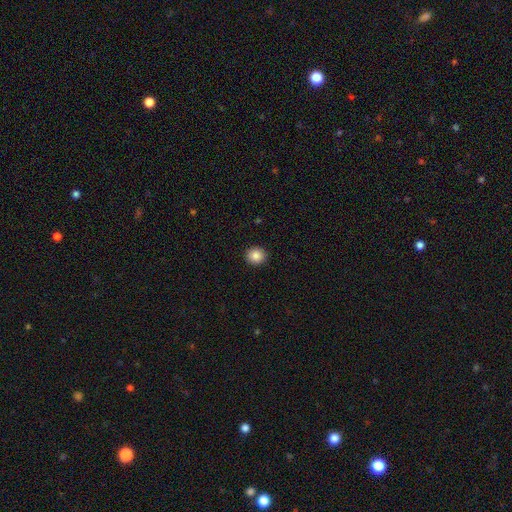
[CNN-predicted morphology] The model was most divided on "smooth or featured": smooth: 86%, star or artifact: 9%, featured or disk: 5%. More confident: merging — none (92%); how rounded — round (88%).